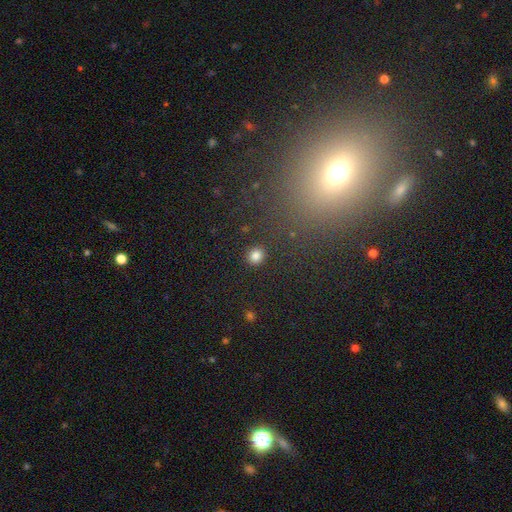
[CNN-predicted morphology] smooth 83%, star or artifact 12%, featured or disk 5%. Down the decision tree: how rounded — round (86%); merging — none (91%).